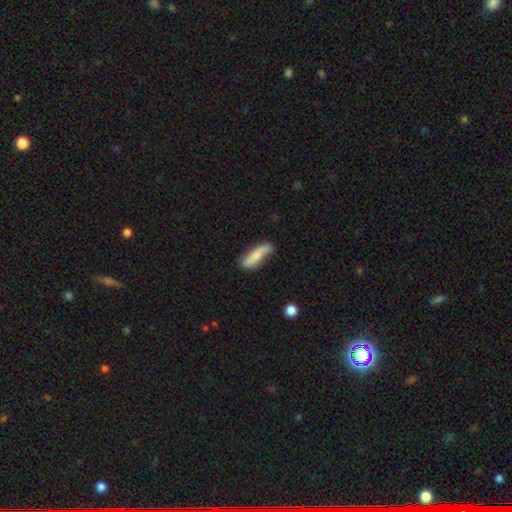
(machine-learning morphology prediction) The model was most divided on "how rounded": cigar-shaped: 58%, in between: 40%, round: 2%. More confident: smooth or featured — smooth (73%); merging — none (55%).